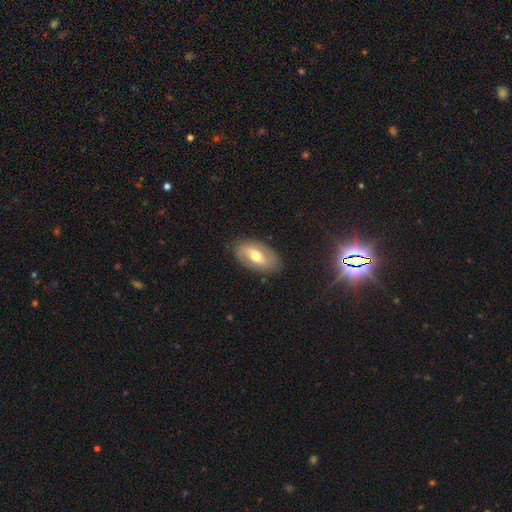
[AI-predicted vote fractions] Smooth or featured? featured or disk (51%)
Edge-on disk? no (90%)
Merging? none (83%)